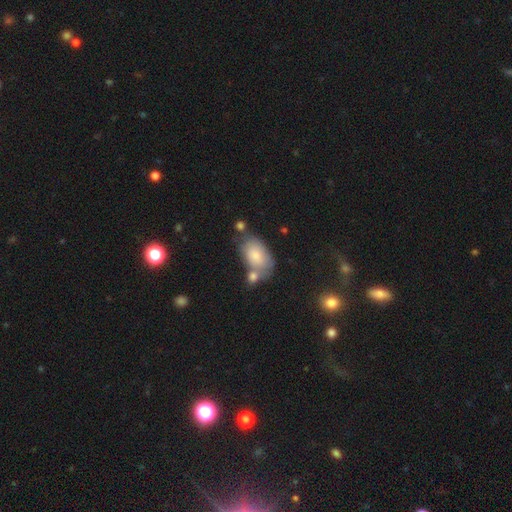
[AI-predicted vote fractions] This is likely a smooth galaxy (78%). How rounded: clearly in between (91%). Merging: possibly none (46%).